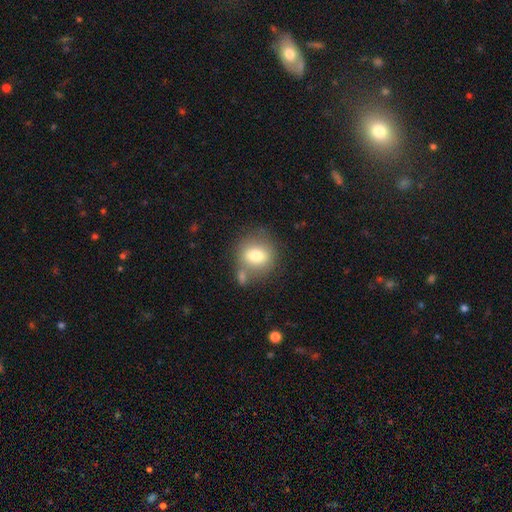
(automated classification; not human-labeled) Smooth or featured? smooth (74%)
How rounded? round (76%)
Merging? none (62%)